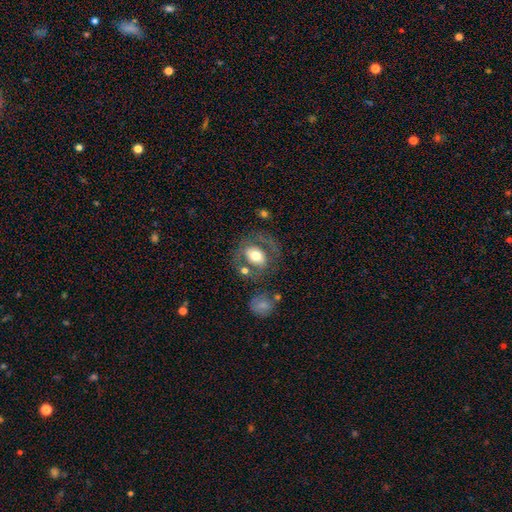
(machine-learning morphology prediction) A smooth galaxy with no disk features (52%) that is in between round and cigar-shaped (55%).

Vote fractions:
- Smooth or featured? smooth: 52% / featured or disk: 41% / star or artifact: 8%
- How rounded? in between: 55% / round: 44% / cigar-shaped: 1%
- Merging? none: 62% / minor disturbance: 15% / major disturbance: 13% / merger: 10%